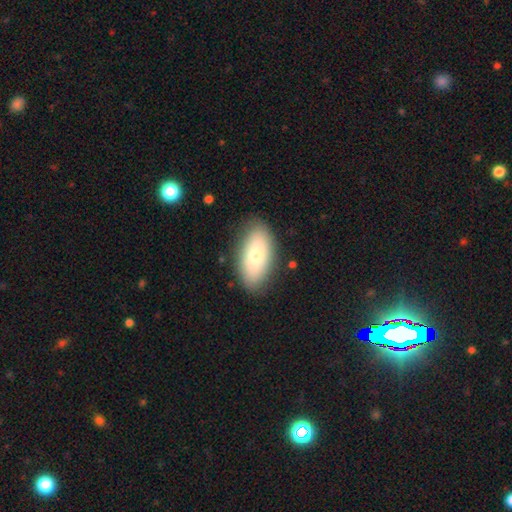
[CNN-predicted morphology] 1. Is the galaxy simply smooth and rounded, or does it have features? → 72% smooth, 21% featured or disk, 7% star or artifact.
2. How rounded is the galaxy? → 91% in between, 4% cigar-shaped, 4% round.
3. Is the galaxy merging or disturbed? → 83% none, 12% minor disturbance, 3% major disturbance, 1% merger.